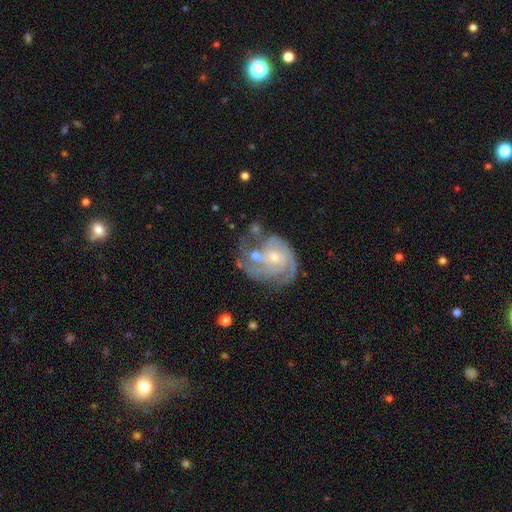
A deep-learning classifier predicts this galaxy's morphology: Smooth or featured? featured or disk (79%)
Edge-on disk? no (98%)
Bar? no (62%)
Spiral arms? yes (89%)
Spiral winding? tight (48%)
Spiral arm count? can't tell (29%)
Bulge size? small (59%)
Merging? none (36%)